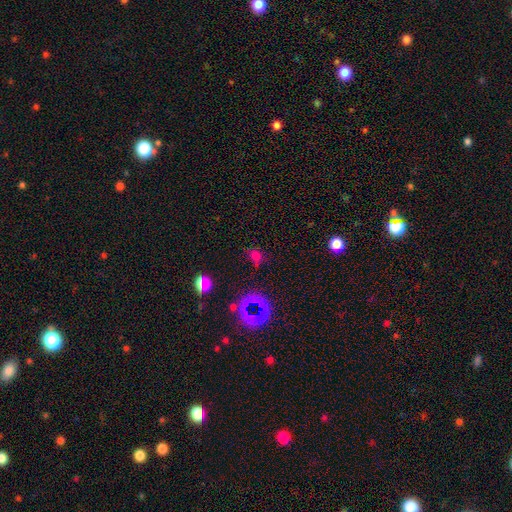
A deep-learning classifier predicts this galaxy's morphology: Smooth or featured?
  - smooth: 53% *
  - star or artifact: 39%
  - featured or disk: 8%
How rounded?
  - round: 61% *
  - in between: 37%
  - cigar-shaped: 2%
Merging?
  - none: 69% *
  - minor disturbance: 17%
  - major disturbance: 7%
  - merger: 7%